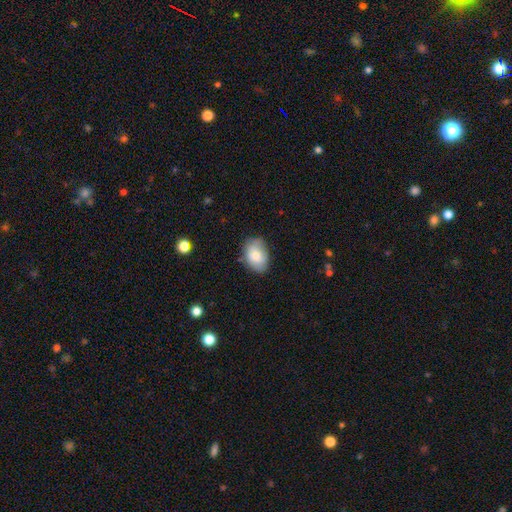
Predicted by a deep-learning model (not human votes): Smooth or featured? Predicted: smooth (p=0.76). How rounded? Predicted: in between (p=0.80). Merging? Predicted: none (p=0.75).